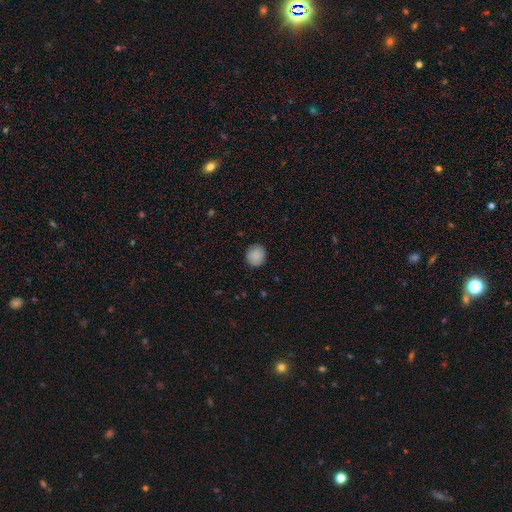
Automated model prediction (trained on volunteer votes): Smooth or featured? Predicted: smooth (p=0.88). How rounded? Predicted: round (p=0.88). Merging? Predicted: none (p=0.88).